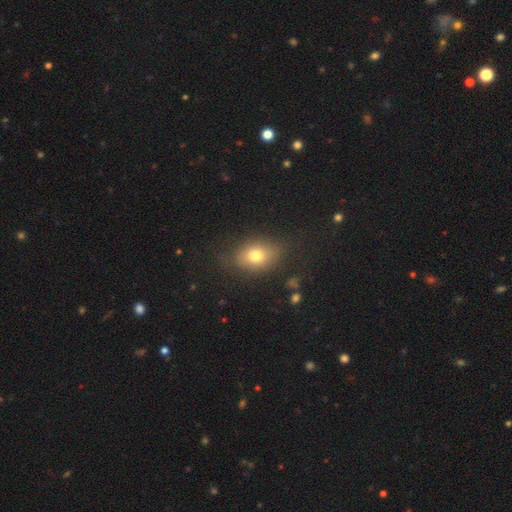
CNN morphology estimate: smooth 75%, featured or disk 14%, star or artifact 12%. Down the decision tree: how rounded — in between (69%); merging — none (77%).